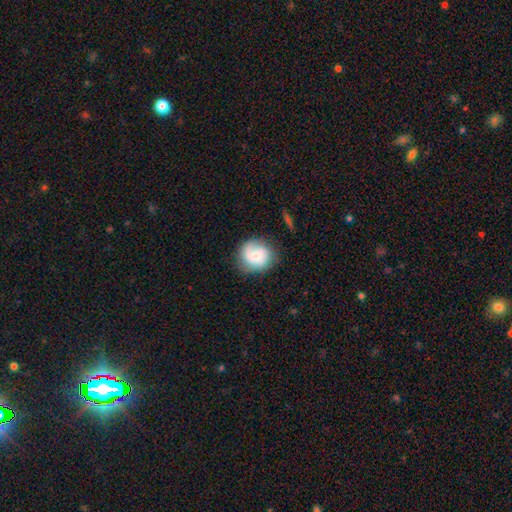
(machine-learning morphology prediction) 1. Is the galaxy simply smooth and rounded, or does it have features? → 48% smooth, 44% featured or disk, 8% star or artifact.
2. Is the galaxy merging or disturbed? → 70% none, 19% minor disturbance, 9% major disturbance, 2% merger.